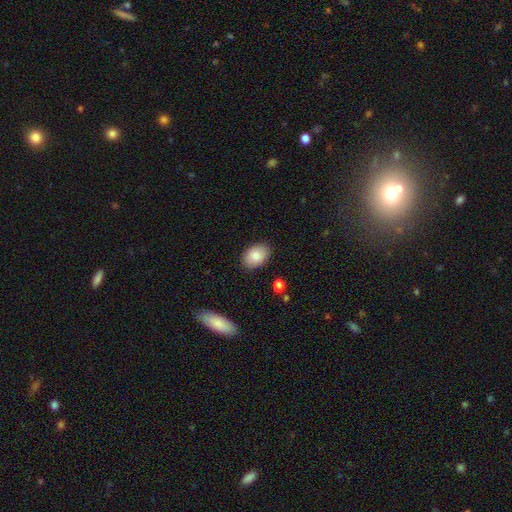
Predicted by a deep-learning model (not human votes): Smooth or featured?
  - smooth: 83% *
  - featured or disk: 10%
  - star or artifact: 7%
How rounded?
  - in between: 81% *
  - round: 18%
  - cigar-shaped: 1%
Merging?
  - none: 87% *
  - minor disturbance: 10%
  - major disturbance: 2%
  - merger: 1%